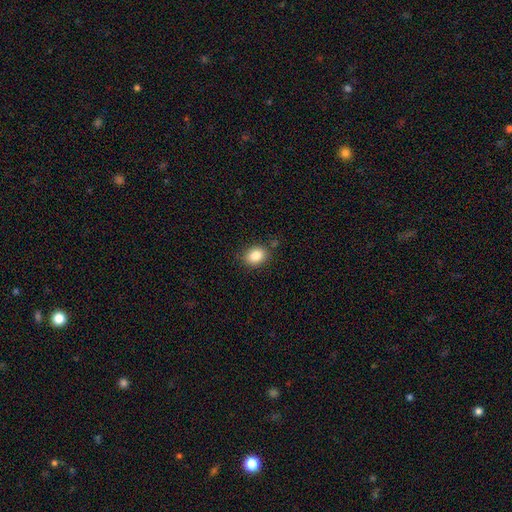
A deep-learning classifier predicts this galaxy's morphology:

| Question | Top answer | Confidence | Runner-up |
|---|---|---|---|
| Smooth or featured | smooth | 85% | star or artifact (9%) |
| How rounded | in between | 61% | round (38%) |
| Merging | none | 82% | minor disturbance (12%) |